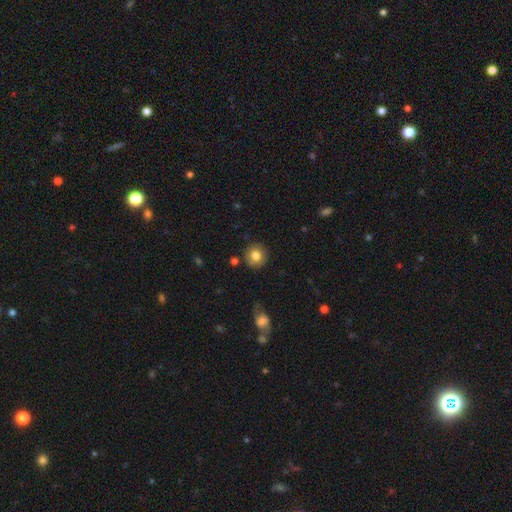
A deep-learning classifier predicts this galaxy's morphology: smooth 81%, featured or disk 9%, star or artifact 9%. Down the decision tree: how rounded — round (91%); merging — none (86%).